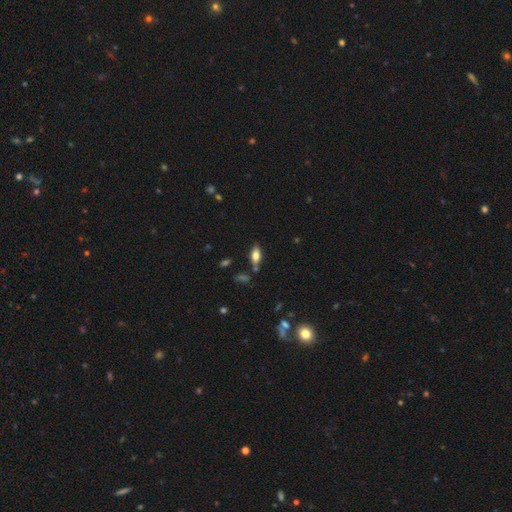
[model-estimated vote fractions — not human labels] Morphology: type=smooth (65%); roundness=in between (81%); merging=none (78%).